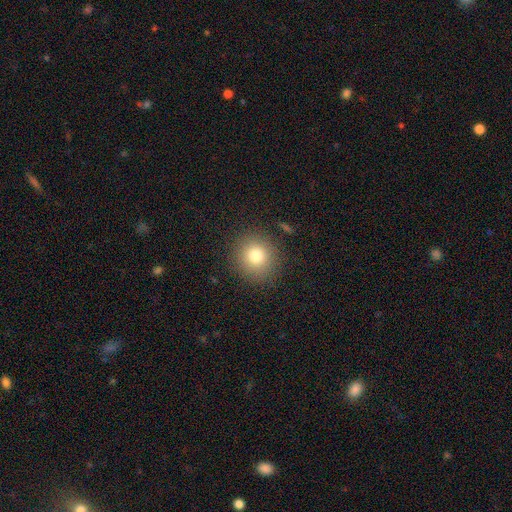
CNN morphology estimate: smooth_or_featured: smooth (p=0.79) [alt: star or artifact p=0.12]
how_rounded: round (p=0.91) [alt: in between p=0.08]
merging: none (p=0.88) [alt: minor disturbance p=0.07]